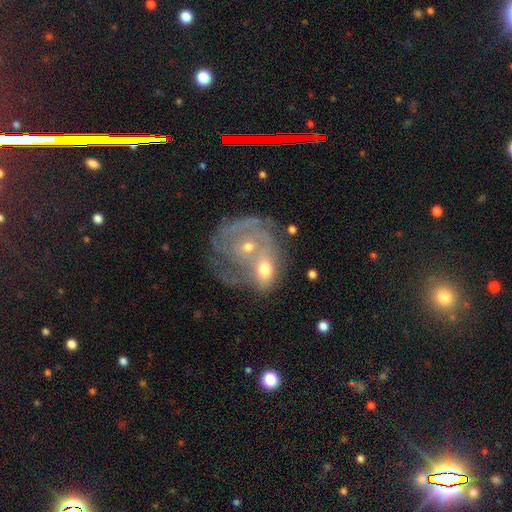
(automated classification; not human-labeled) Morphology: type=featured or disk (64%); edge-on=no (93%); bar=no (72%); spiral arms=yes (62%); bulge=small (57%); merging=none (43%).